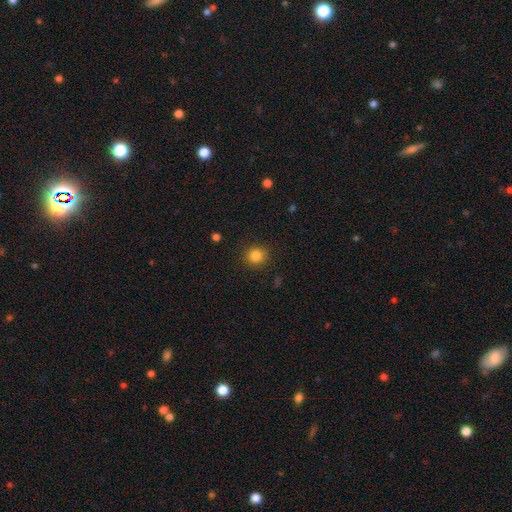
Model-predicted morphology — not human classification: smooth 83%, star or artifact 11%, featured or disk 5%. Down the decision tree: how rounded — round (90%); merging — none (89%).